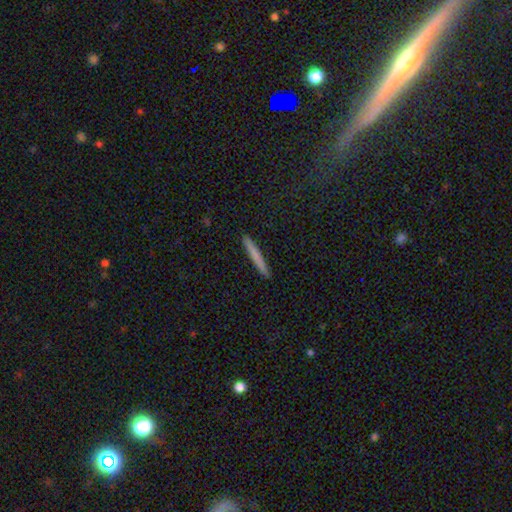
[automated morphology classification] Q: Smooth or featured?
A: smooth (72%); runner-up: featured or disk (21%)
Q: How rounded?
A: cigar-shaped (97%); runner-up: in between (2%)
Q: Merging?
A: none (92%); runner-up: minor disturbance (6%)